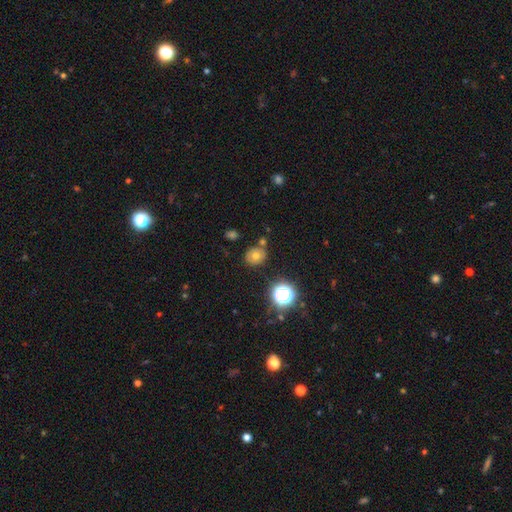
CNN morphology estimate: This is likely a smooth galaxy (60%). How rounded: likely round (77%). Merging: likely none (79%).